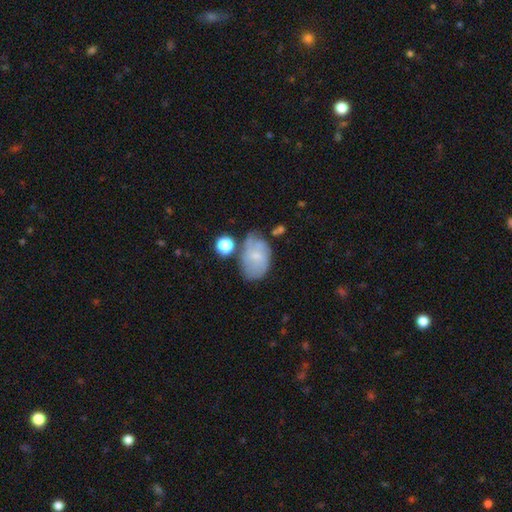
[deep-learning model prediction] Q: Smooth or featured?
A: featured or disk (47%); runner-up: smooth (44%)
Q: Merging?
A: none (45%); runner-up: minor disturbance (30%)